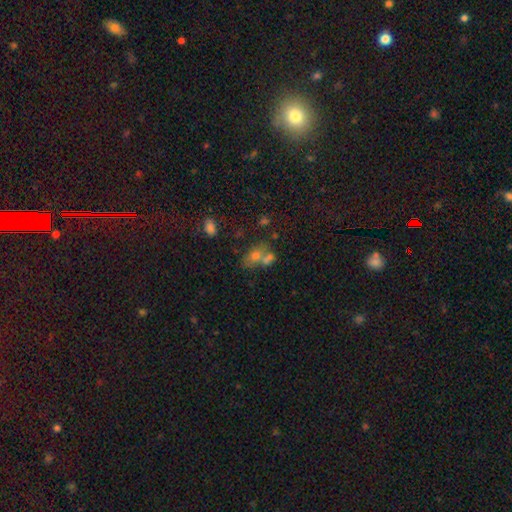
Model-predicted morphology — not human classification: Q: Smooth or featured?
A: smooth (61%); runner-up: featured or disk (23%)
Q: How rounded?
A: in between (67%); runner-up: round (30%)
Q: Merging?
A: merger (55%); runner-up: none (29%)